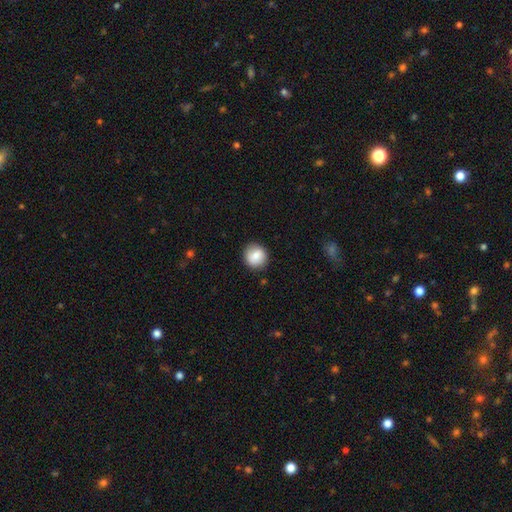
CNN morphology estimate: type=smooth (82%); roundness=round (89%); merging=none (87%).